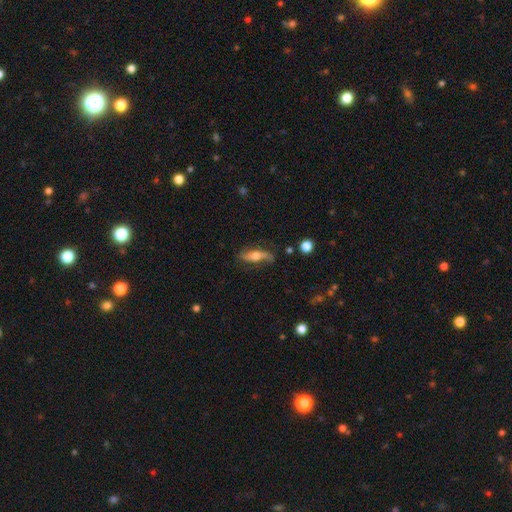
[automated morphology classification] This is possibly a featured or disk galaxy (52%). It is possibly viewed edge-on (53%). Merging: likely none (64%).